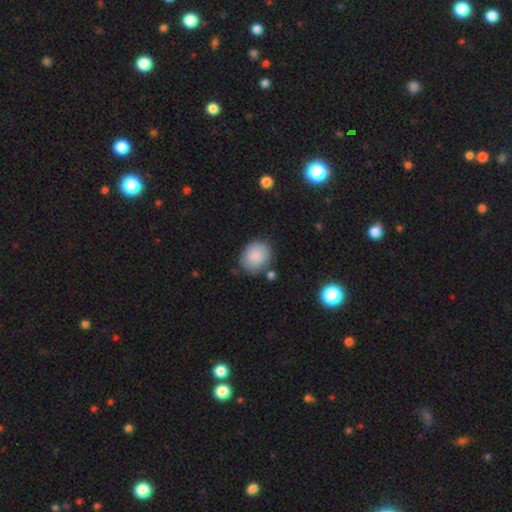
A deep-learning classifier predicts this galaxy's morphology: Smooth or featured: smooth — 87% (star or artifact — 7%)
How rounded: round — 52% (in between — 47%)
Merging: none — 77% (minor disturbance — 14%)